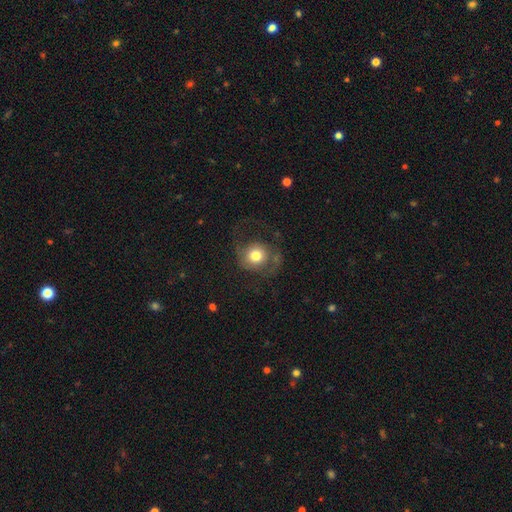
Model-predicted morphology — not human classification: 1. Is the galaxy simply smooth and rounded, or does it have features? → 56% smooth, 36% featured or disk, 8% star or artifact.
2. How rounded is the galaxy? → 83% round, 16% in between, 1% cigar-shaped.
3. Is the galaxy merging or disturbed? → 49% none, 31% major disturbance, 18% minor disturbance, 2% merger.